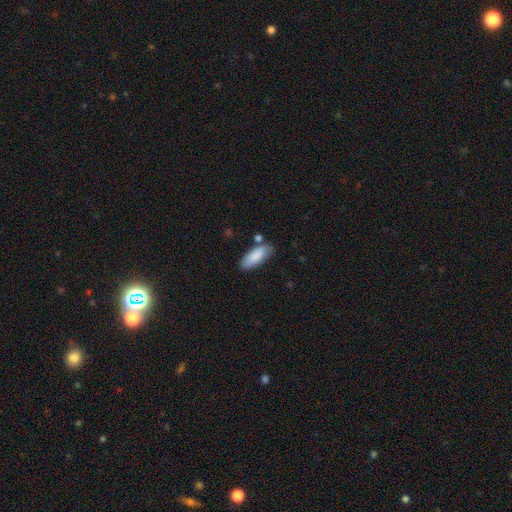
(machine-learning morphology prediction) Smooth or featured: smooth — 87% (featured or disk — 8%)
How rounded: in between — 78% (cigar-shaped — 20%)
Merging: none — 74% (minor disturbance — 16%)